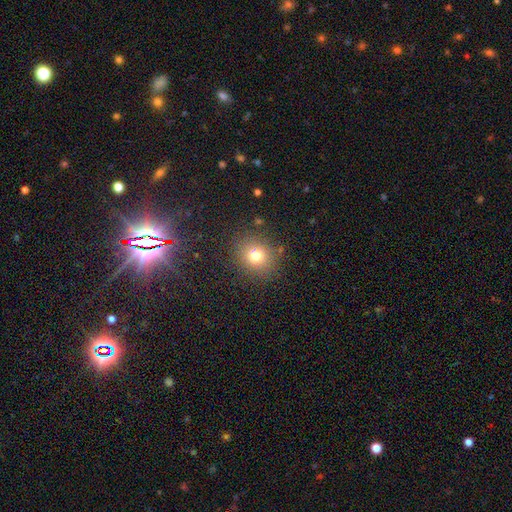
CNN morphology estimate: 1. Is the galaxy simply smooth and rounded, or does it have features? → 76% smooth, 15% star or artifact, 9% featured or disk.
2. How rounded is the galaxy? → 81% round, 18% in between, 1% cigar-shaped.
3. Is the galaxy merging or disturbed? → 85% none, 9% minor disturbance, 4% major disturbance, 2% merger.